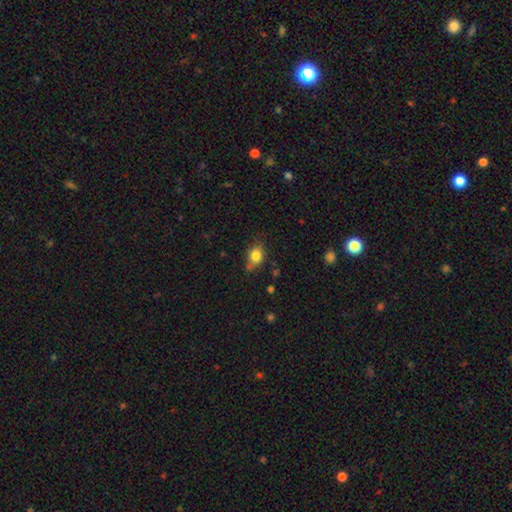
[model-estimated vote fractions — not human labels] A smooth galaxy with no disk features (80%) that is in between round and cigar-shaped (60%). Merging: none (62%).